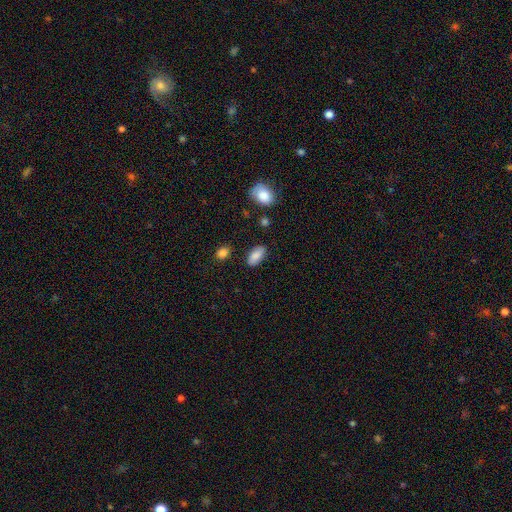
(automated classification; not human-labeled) smooth 86%, featured or disk 7%, star or artifact 7%. Down the decision tree: how rounded — in between (93%); merging — none (85%).